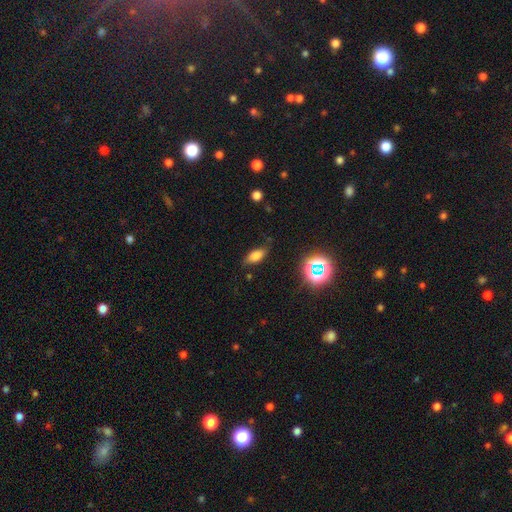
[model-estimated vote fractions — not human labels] Smooth or featured?
  - smooth: 71% *
  - star or artifact: 15%
  - featured or disk: 14%
How rounded?
  - in between: 81% *
  - cigar-shaped: 13%
  - round: 6%
Merging?
  - none: 77% *
  - minor disturbance: 17%
  - major disturbance: 4%
  - merger: 2%